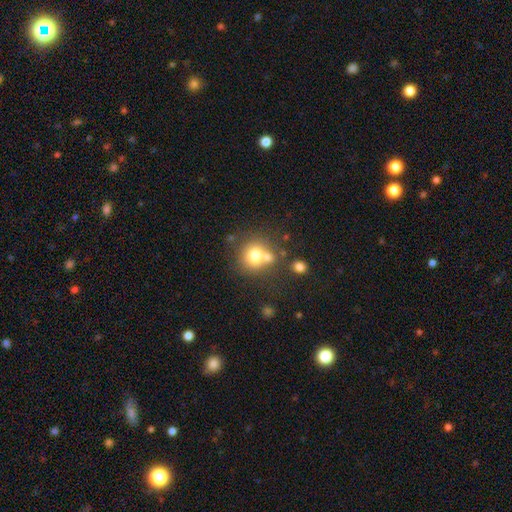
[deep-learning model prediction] smooth 73%, featured or disk 15%, star or artifact 12%. Down the decision tree: how rounded — round (86%); merging — none (52%).